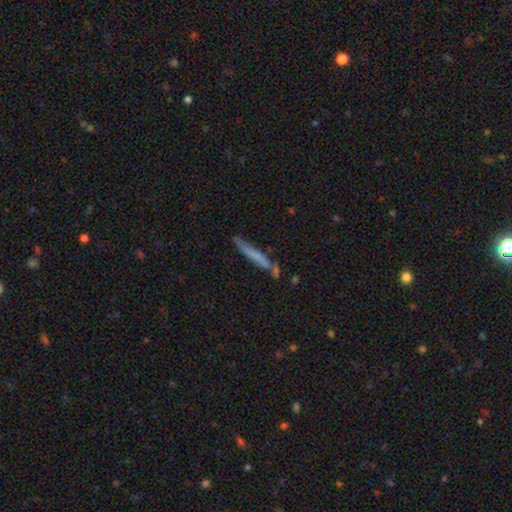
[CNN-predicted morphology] The model was most divided on "smooth or featured": smooth: 60%, featured or disk: 32%, star or artifact: 7%. More confident: how rounded — cigar-shaped (95%); merging — none (68%).